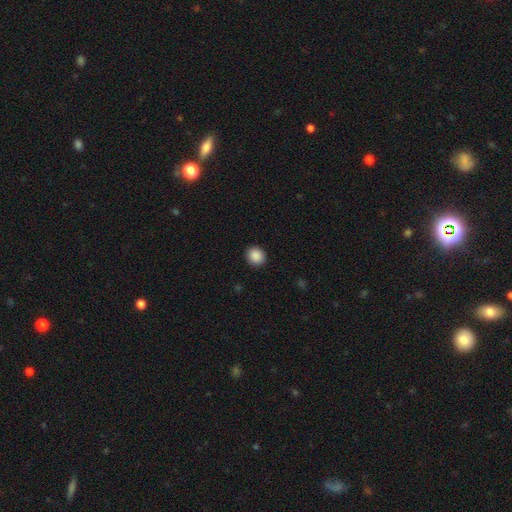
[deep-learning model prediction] smooth-or-featured: smooth: 89% | star or artifact: 9% | featured or disk: 3%
  how-rounded: round: 80% | in between: 19% | cigar-shaped: 1%
  merging: none: 91% | minor disturbance: 6% | major disturbance: 2% | merger: 1%